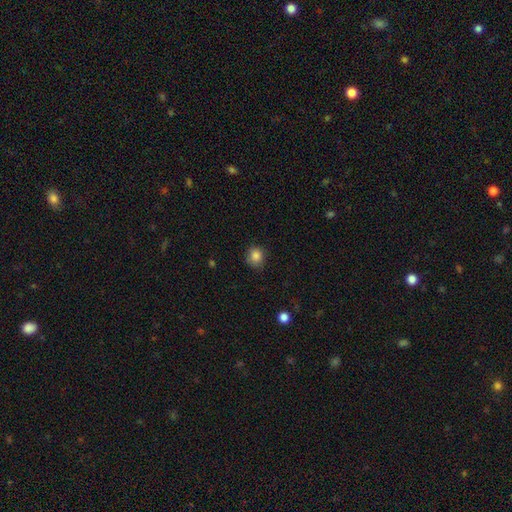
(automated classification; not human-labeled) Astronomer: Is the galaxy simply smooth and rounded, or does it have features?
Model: smooth — 85%.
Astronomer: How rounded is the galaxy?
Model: round — 81%.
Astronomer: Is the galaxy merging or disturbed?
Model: none — 79%.